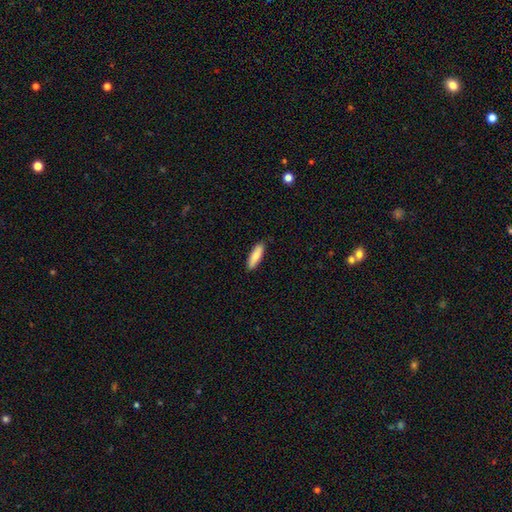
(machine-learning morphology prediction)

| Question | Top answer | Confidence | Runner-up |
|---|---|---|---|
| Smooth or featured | smooth | 86% | featured or disk (9%) |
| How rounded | cigar-shaped | 61% | in between (38%) |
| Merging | none | 89% | minor disturbance (9%) |